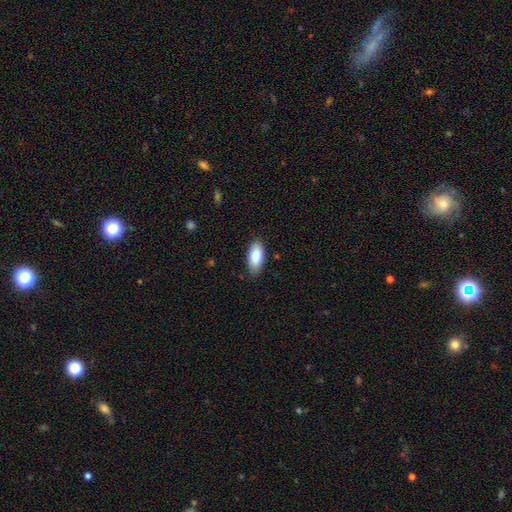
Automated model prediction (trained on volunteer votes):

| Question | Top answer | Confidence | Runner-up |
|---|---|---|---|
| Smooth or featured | smooth | 83% | featured or disk (11%) |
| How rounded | in between | 90% | cigar-shaped (8%) |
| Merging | none | 85% | minor disturbance (12%) |